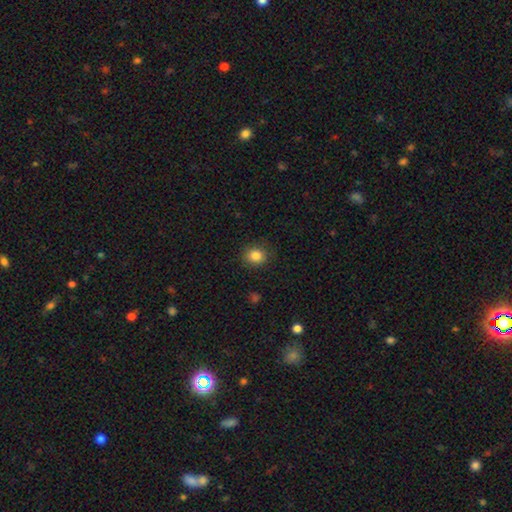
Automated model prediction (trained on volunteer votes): A smooth galaxy with no disk features (84%) that is round (77%). Merging: none (86%).